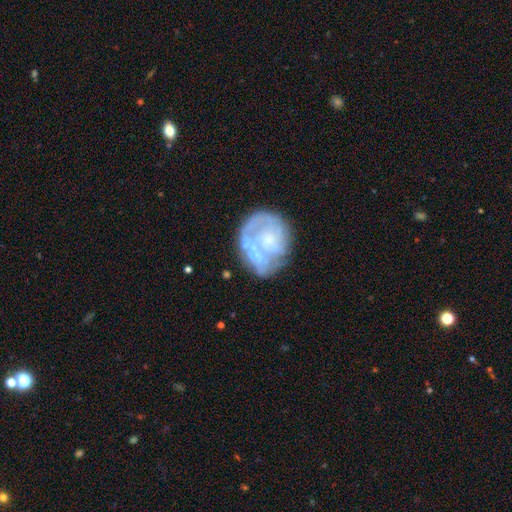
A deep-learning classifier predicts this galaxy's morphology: smooth-or-featured: featured or disk: 70% | smooth: 23% | star or artifact: 7%
  disk-edge-on: no: 98% | yes: 2%
    bar: no: 81% | weak: 16% | strong: 4%
    has-spiral-arms: yes: 57% | no: 43%
    bulge-size: small: 40% | none: 32% | moderate: 22% | large: 4% | dominant: 2%
  merging: none: 53% | minor disturbance: 21% | major disturbance: 18% | merger: 9%